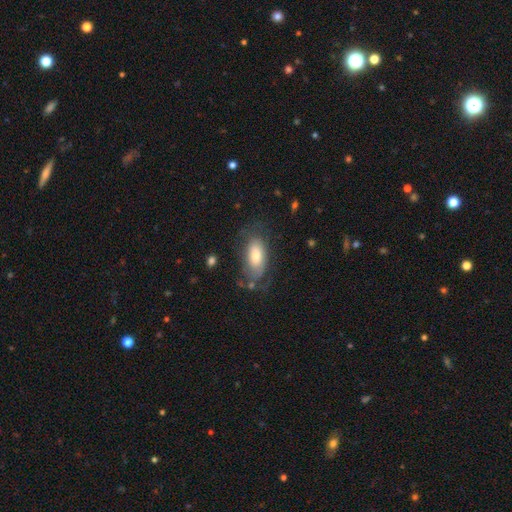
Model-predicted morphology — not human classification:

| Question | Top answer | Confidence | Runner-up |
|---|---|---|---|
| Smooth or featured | smooth | 64% | featured or disk (29%) |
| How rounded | in between | 90% | cigar-shaped (7%) |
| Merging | none | 60% | minor disturbance (24%) |